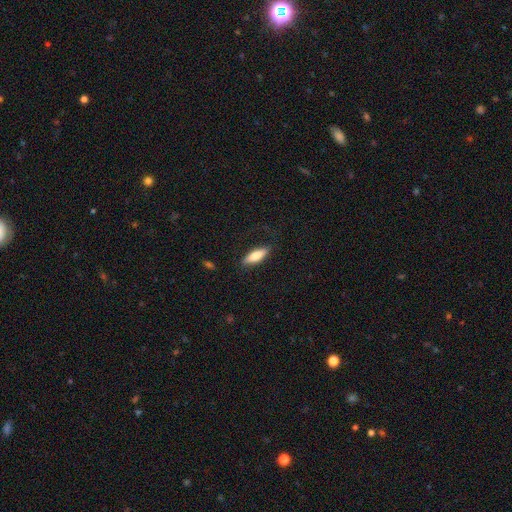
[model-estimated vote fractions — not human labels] This is likely a smooth galaxy (75%). How rounded: possibly in between (55%). Merging: likely none (80%).